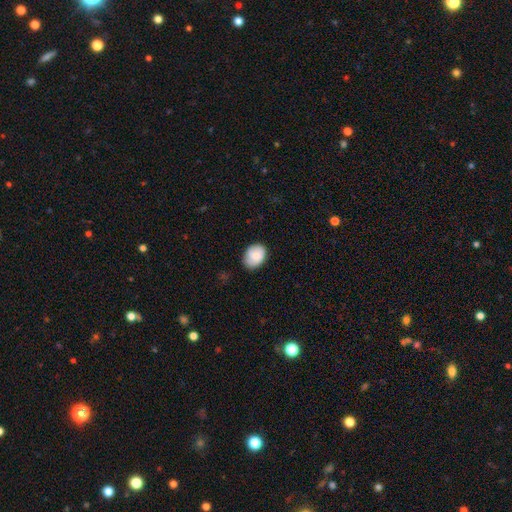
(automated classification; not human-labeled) A smooth galaxy with no disk features (81%) that is in between round and cigar-shaped (68%). Merging: none (73%).